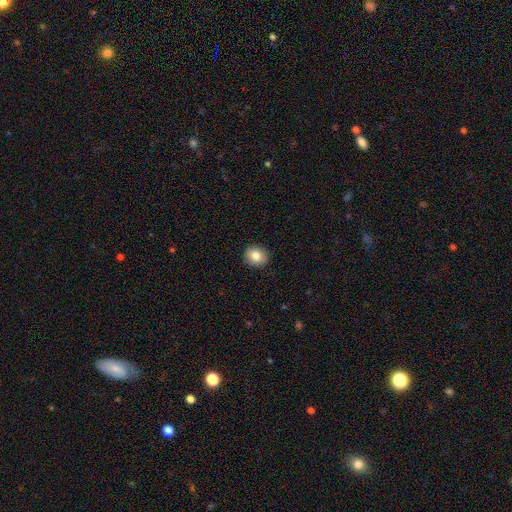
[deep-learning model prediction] smooth 83%, star or artifact 9%, featured or disk 8%. Down the decision tree: how rounded — round (74%); merging — none (90%).